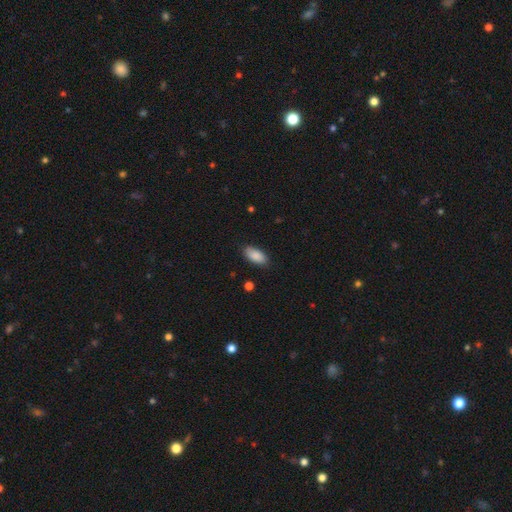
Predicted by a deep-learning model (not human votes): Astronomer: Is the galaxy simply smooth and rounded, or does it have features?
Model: smooth — 89%.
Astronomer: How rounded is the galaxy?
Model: in between — 91%.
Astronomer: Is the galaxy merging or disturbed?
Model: none — 85%.